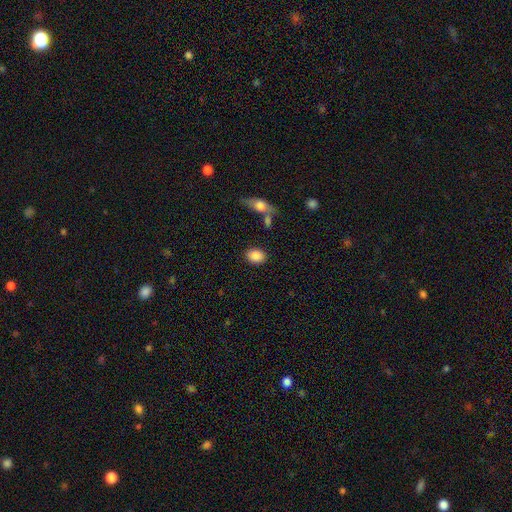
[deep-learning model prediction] A smooth galaxy with no disk features (88%) that is in between round and cigar-shaped (65%). Merging: none (84%).